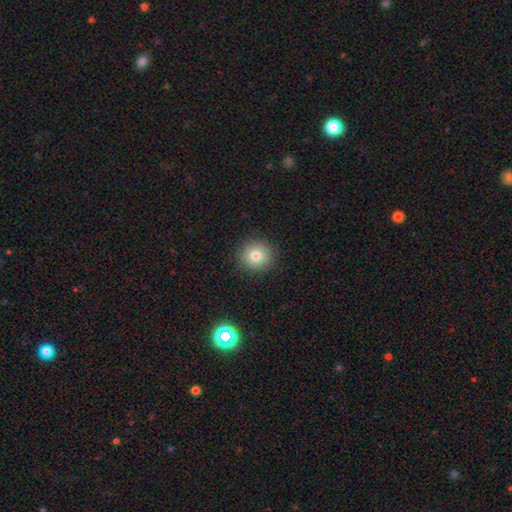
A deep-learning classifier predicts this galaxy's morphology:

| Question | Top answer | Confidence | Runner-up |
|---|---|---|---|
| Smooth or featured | smooth | 80% | star or artifact (11%) |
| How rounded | round | 91% | in between (8%) |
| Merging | none | 90% | minor disturbance (6%) |